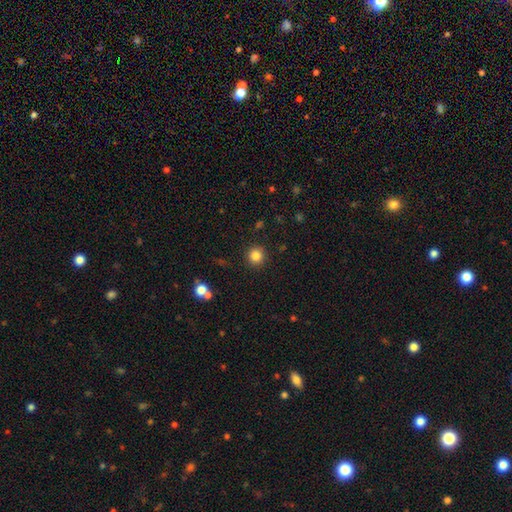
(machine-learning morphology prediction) smooth 84%, star or artifact 12%, featured or disk 5%. Down the decision tree: how rounded — round (94%); merging — none (91%).